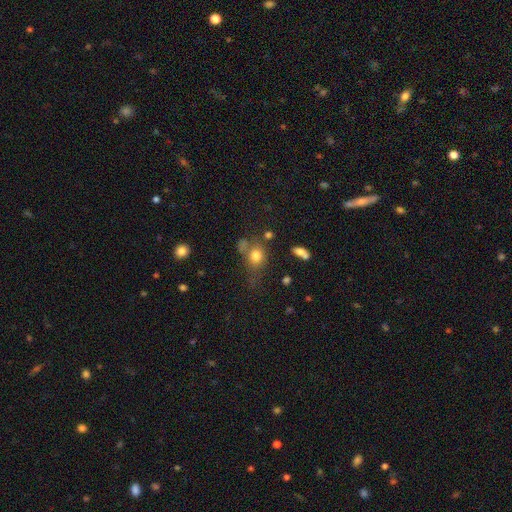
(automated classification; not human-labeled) Q: Smooth or featured?
A: smooth (76%); runner-up: star or artifact (13%)
Q: How rounded?
A: round (61%); runner-up: in between (37%)
Q: Merging?
A: none (47%); runner-up: minor disturbance (21%)